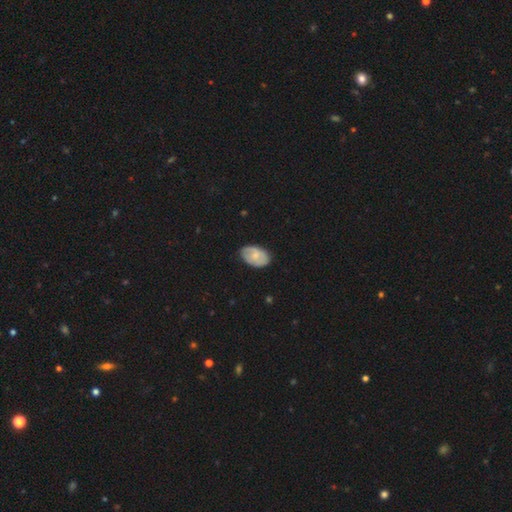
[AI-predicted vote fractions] Smooth or featured? smooth (61%)
How rounded? in between (89%)
Merging? none (78%)